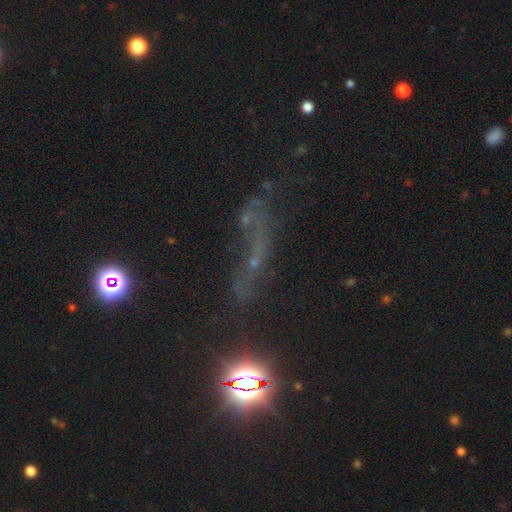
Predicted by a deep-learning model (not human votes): The model was most divided on "smooth or featured": star or artifact: 48%, featured or disk: 29%, smooth: 23%.